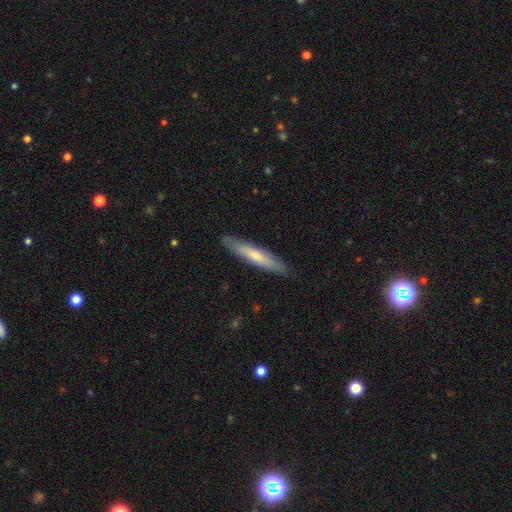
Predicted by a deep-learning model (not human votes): smooth_or_featured: smooth (p=0.58) [alt: featured or disk p=0.36]
how_rounded: cigar-shaped (p=0.90) [alt: in between p=0.09]
merging: none (p=0.88) [alt: minor disturbance p=0.09]